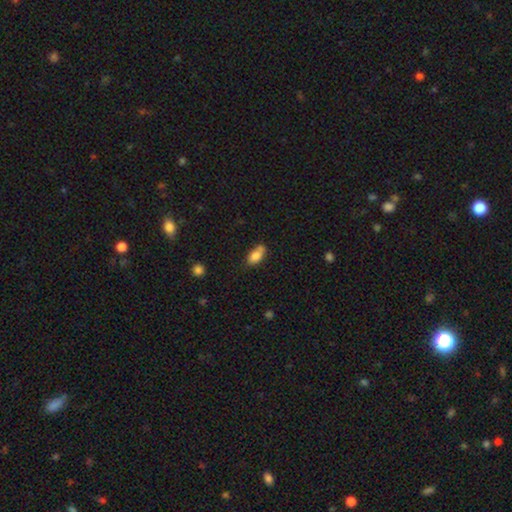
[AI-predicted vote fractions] This appears to be a smooth galaxy with no disk features (82%) that is in between round and cigar-shaped (88%). Merging: none (54%).